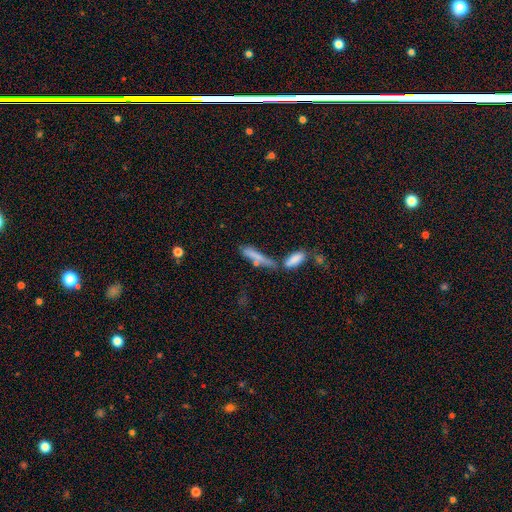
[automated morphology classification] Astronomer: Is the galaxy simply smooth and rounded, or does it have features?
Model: smooth — 71%.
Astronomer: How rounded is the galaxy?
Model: cigar-shaped — 80%.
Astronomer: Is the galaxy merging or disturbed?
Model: none — 46% (runner-up: merger, 31%).